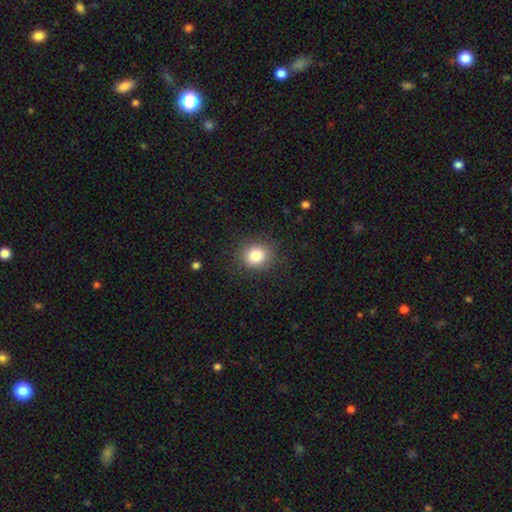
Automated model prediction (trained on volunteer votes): Smooth or featured?
  - smooth: 81% *
  - star or artifact: 11%
  - featured or disk: 8%
How rounded?
  - round: 81% *
  - in between: 18%
  - cigar-shaped: 1%
Merging?
  - none: 88% *
  - minor disturbance: 8%
  - major disturbance: 3%
  - merger: 1%